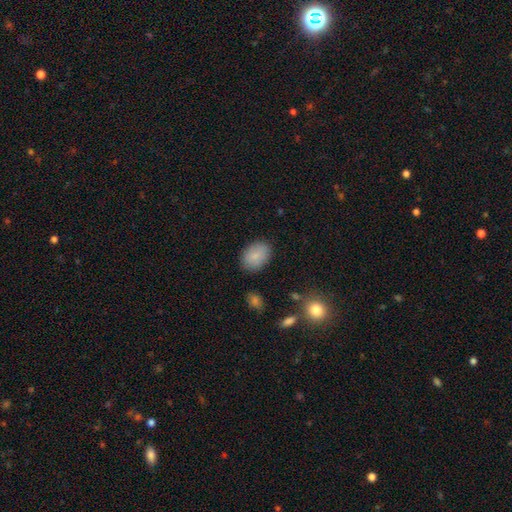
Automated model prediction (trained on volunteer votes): A smooth galaxy with no disk features (84%) that is in between round and cigar-shaped (82%).

Vote fractions:
- Smooth or featured? smooth: 84% / featured or disk: 8% / star or artifact: 7%
- How rounded? in between: 82% / round: 17% / cigar-shaped: 1%
- Merging? none: 85% / minor disturbance: 11% / major disturbance: 3% / merger: 2%